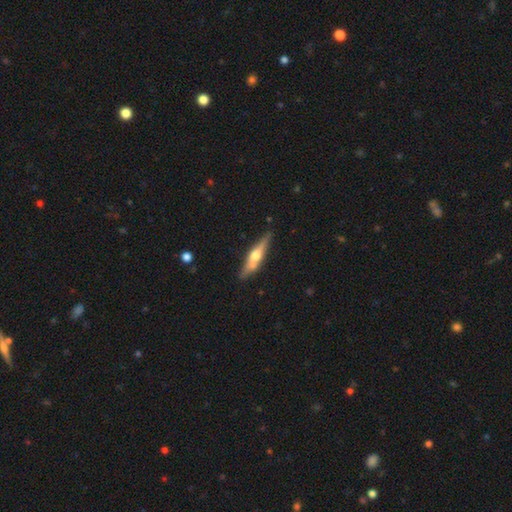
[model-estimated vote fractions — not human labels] Smooth or featured: featured or disk — 64% (smooth — 30%)
Edge-on disk: yes — 94% (no — 6%)
Edge-on bulge: rounded — 91% (boxy — 6%)
Merging: none — 78% (minor disturbance — 15%)